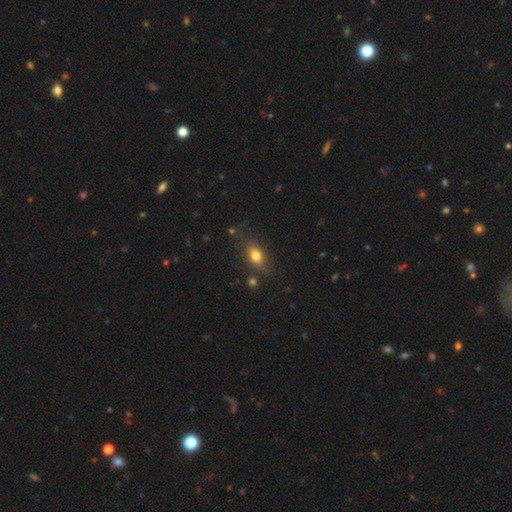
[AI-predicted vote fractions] Smooth or featured? smooth (73%)
How rounded? in between (70%)
Merging? none (69%)